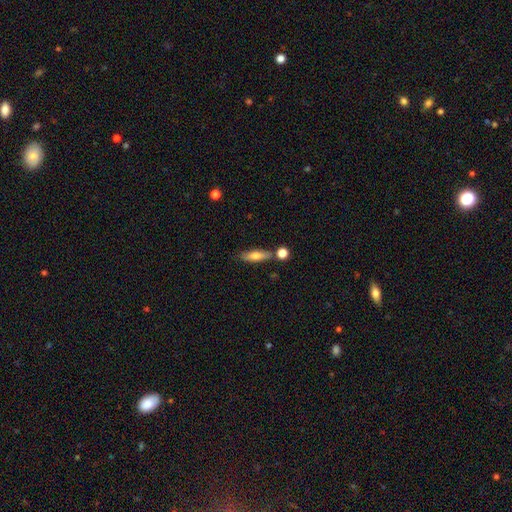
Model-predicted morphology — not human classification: The model was most divided on "how rounded": cigar-shaped: 63%, in between: 34%, round: 3%. More confident: merging — none (73%); smooth or featured — smooth (69%).